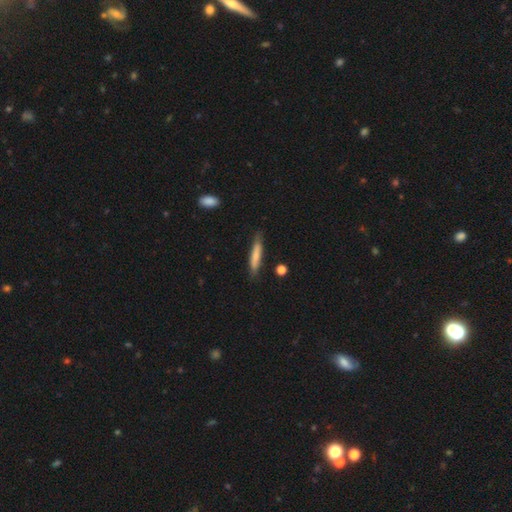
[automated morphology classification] This is likely a smooth galaxy (71%). How rounded: clearly cigar-shaped (90%). Merging: likely none (78%).